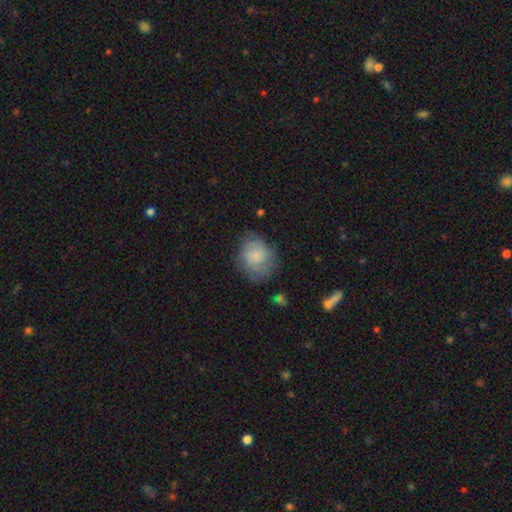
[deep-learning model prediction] This is likely a smooth galaxy (69%). How rounded: likely round (62%). Merging: likely none (61%).